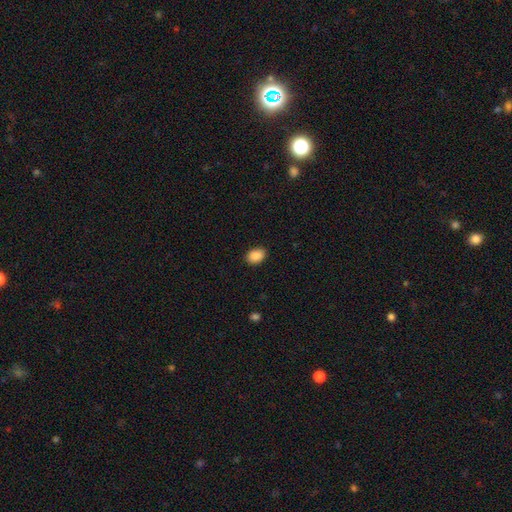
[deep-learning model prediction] smooth_or_featured: smooth (p=0.89) [alt: star or artifact p=0.08]
how_rounded: in between (p=0.77) [alt: round p=0.22]
merging: none (p=0.89) [alt: minor disturbance p=0.08]